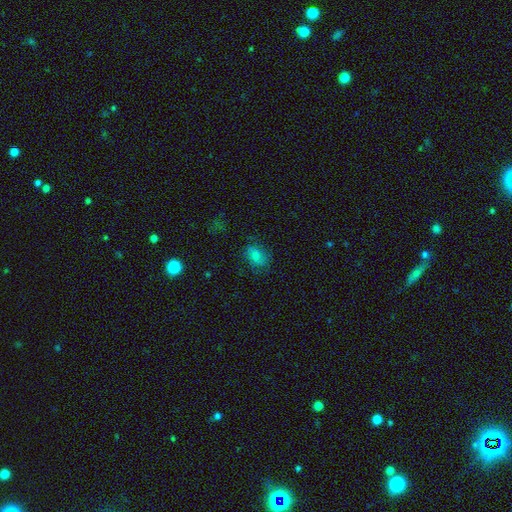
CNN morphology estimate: This appears to be a smooth galaxy with no disk features (72%) that is in between round and cigar-shaped (66%). Merging: none (74%).